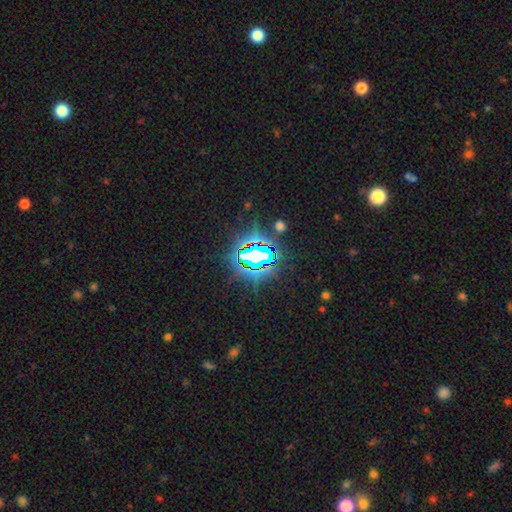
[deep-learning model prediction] Morphology: type=star or artifact (79%).